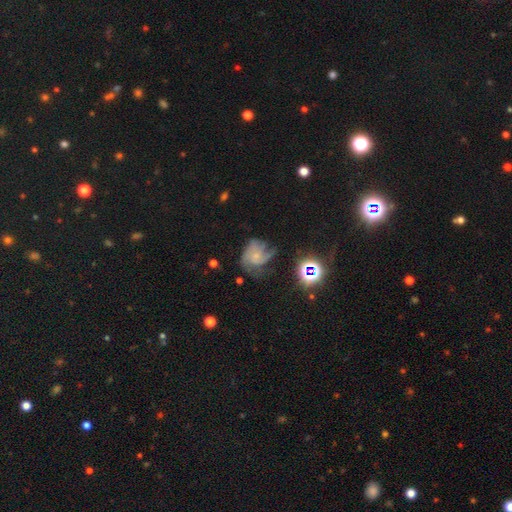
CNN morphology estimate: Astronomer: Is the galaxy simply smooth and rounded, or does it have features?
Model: featured or disk — 68%.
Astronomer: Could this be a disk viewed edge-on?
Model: no — 98%.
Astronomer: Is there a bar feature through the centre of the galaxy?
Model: no — 77%.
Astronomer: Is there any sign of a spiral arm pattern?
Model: yes — 90%.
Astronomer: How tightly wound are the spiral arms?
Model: medium — 45% (runner-up: loose, 27%).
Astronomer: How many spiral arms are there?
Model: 3 — 36% (runner-up: 2, 23%).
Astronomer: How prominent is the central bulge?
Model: small — 65%.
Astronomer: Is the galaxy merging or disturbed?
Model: none — 40% (runner-up: major disturbance, 31%).